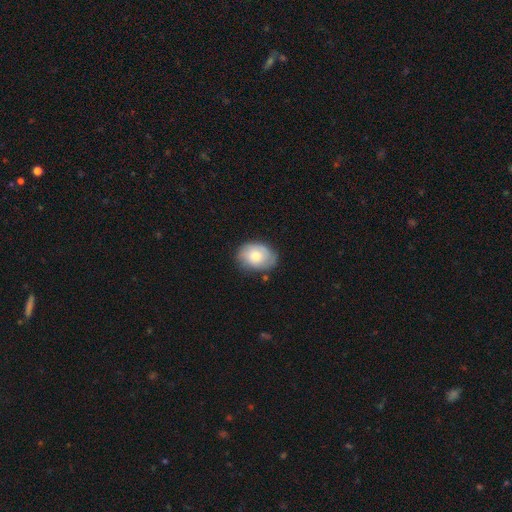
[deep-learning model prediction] A smooth galaxy with no disk features (71%) that is in between round and cigar-shaped (70%).

Vote fractions:
- Smooth or featured? smooth: 71% / featured or disk: 22% / star or artifact: 7%
- How rounded? in between: 70% / round: 29% / cigar-shaped: 1%
- Merging? none: 72% / minor disturbance: 22% / major disturbance: 5% / merger: 2%